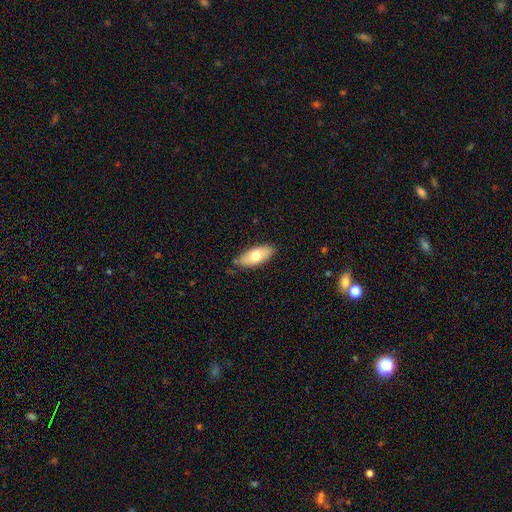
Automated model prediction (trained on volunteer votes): smooth_or_featured: smooth (p=0.72) [alt: featured or disk p=0.22]
how_rounded: in between (p=0.83) [alt: cigar-shaped p=0.14]
merging: none (p=0.82) [alt: minor disturbance p=0.14]